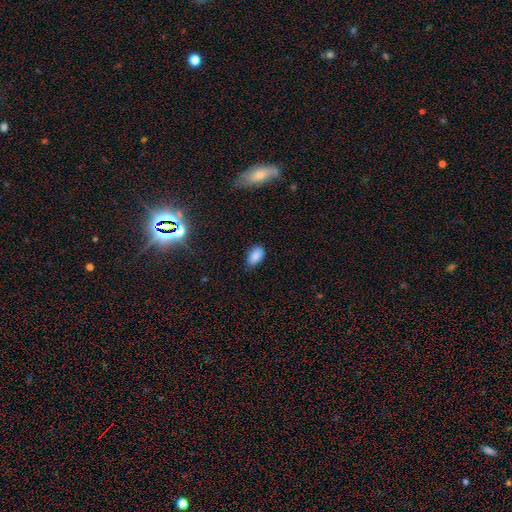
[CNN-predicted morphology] smooth-or-featured: smooth: 85% | star or artifact: 10% | featured or disk: 5%
  how-rounded: in between: 92% | round: 7% | cigar-shaped: 2%
  merging: none: 72% | minor disturbance: 23% | major disturbance: 4% | merger: 1%